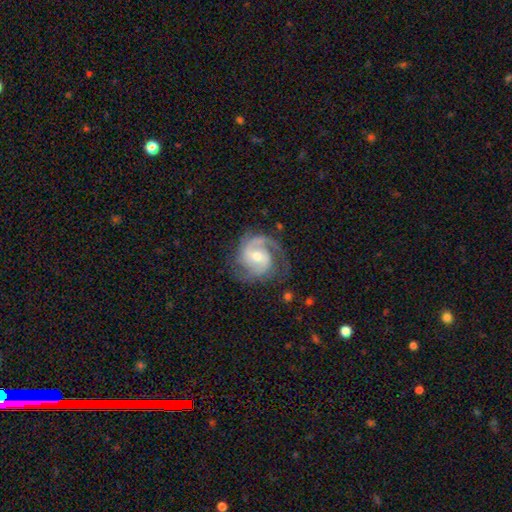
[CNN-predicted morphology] featured or disk 90%, smooth 6%, star or artifact 5%. Down the decision tree: edge-on disk — no (98%); bar — weak (44%); spiral arms — yes (98%); spiral arm count — 2 (77%); spiral winding — medium (50%); bulge size — moderate (56%); merging — none (72%).